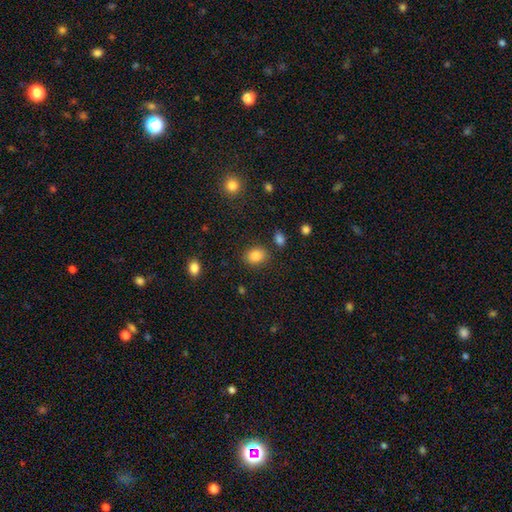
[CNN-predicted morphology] A smooth galaxy with no disk features (86%) that is in between round and cigar-shaped (60%). Merging: none (82%).